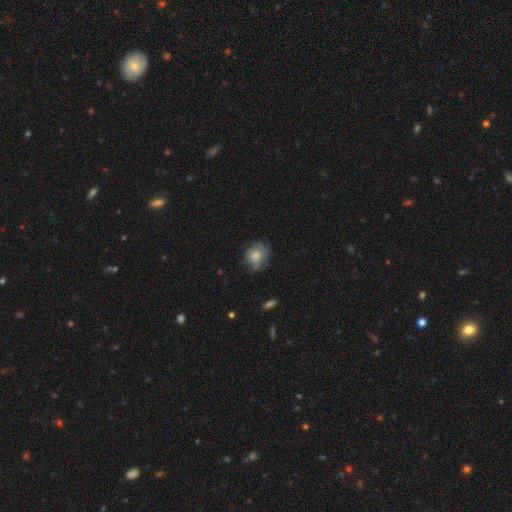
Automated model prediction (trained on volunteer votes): Overall: smooth (56%; featured or disk 35%). How rounded: round (71%). Merging: none (58%; minor disturbance 27%).